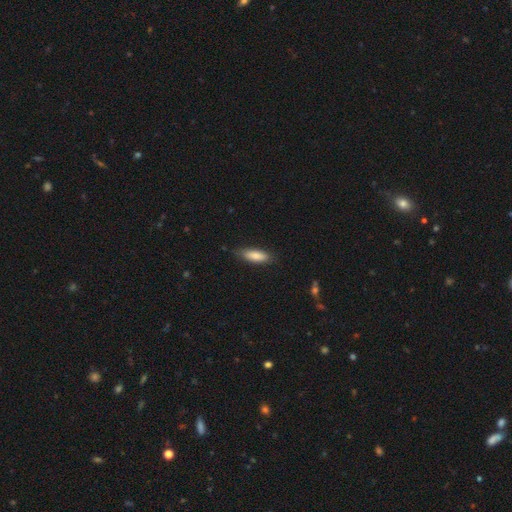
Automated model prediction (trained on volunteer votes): Smooth or featured? smooth (83%)
How rounded? in between (57%)
Merging? none (81%)